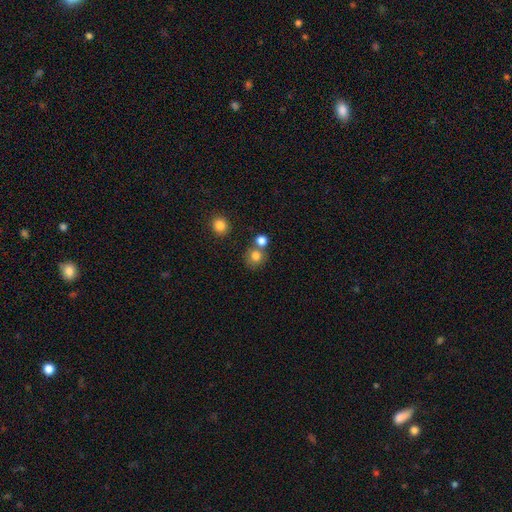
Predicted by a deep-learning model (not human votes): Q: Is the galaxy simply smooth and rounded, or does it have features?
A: smooth — 79%.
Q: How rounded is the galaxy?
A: round — 85%.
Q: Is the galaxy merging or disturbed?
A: none — 59%.